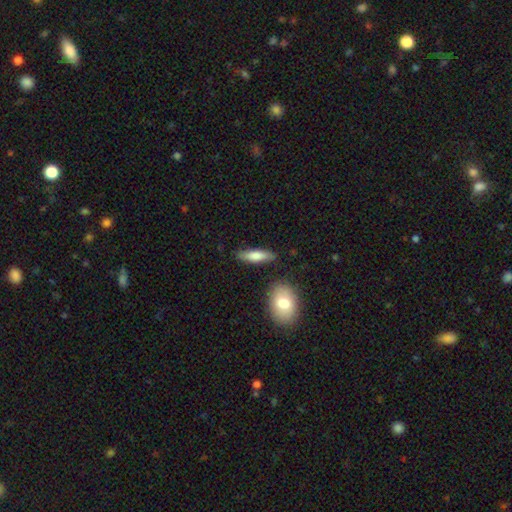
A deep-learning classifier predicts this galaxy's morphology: Smooth or featured?
  - smooth: 75% *
  - featured or disk: 20%
  - star or artifact: 6%
How rounded?
  - cigar-shaped: 60% *
  - in between: 38%
  - round: 2%
Merging?
  - none: 82% *
  - minor disturbance: 12%
  - merger: 4%
  - major disturbance: 3%